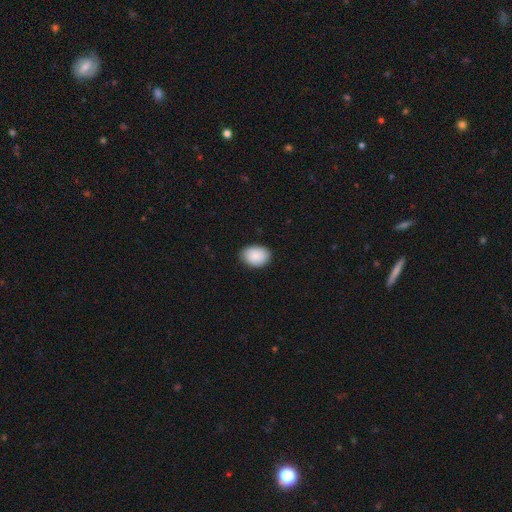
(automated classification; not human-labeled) A smooth galaxy with no disk features (89%) that is in between round and cigar-shaped (77%).

Vote fractions:
- Smooth or featured? smooth: 89% / star or artifact: 6% / featured or disk: 5%
- How rounded? in between: 77% / round: 22% / cigar-shaped: 1%
- Merging? none: 86% / minor disturbance: 11% / major disturbance: 2% / merger: 1%